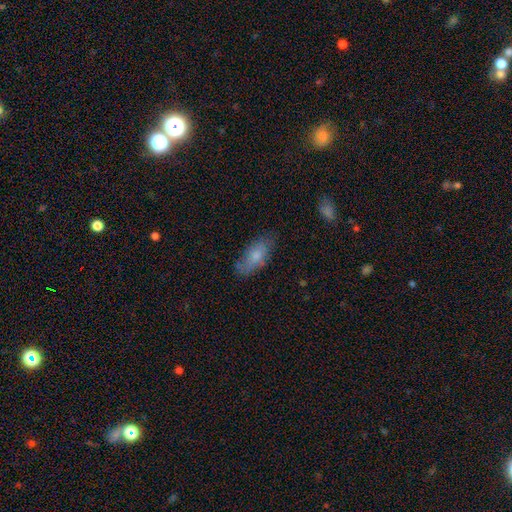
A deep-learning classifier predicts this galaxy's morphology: smooth-or-featured: smooth: 73% | featured or disk: 20% | star or artifact: 7%
  how-rounded: in between: 85% | cigar-shaped: 13% | round: 2%
  merging: none: 70% | minor disturbance: 23% | major disturbance: 6% | merger: 2%